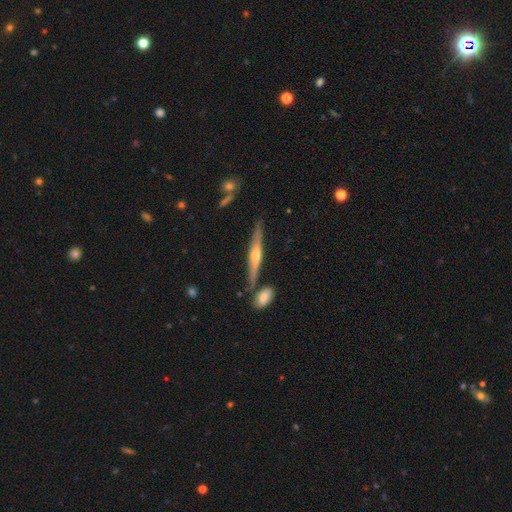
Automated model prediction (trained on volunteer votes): A featured or disk galaxy (74%) viewed edge-on (97%) with a rounded central bulge (86%). Merging: none (81%).